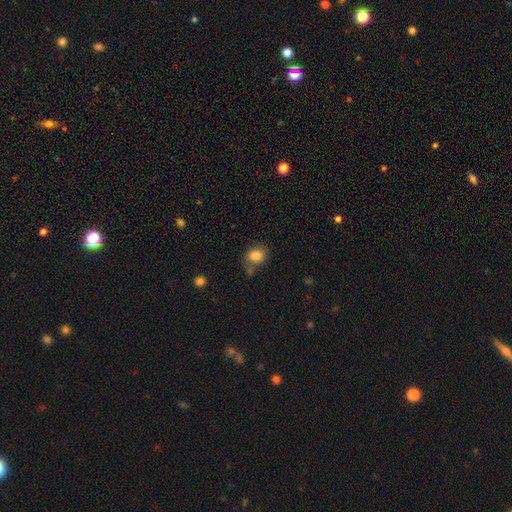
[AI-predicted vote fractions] A smooth galaxy with no disk features (84%) that is round (56%). Merging: none (62%).